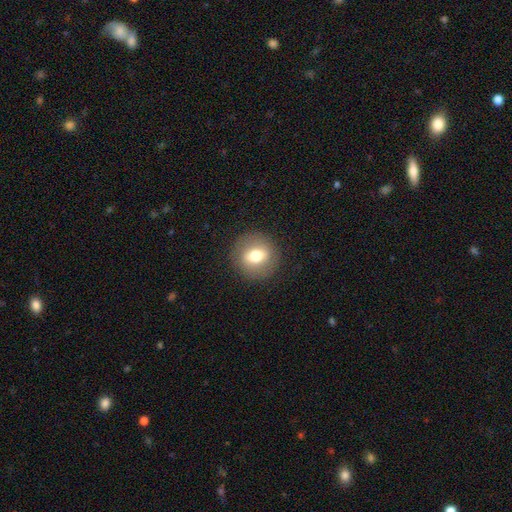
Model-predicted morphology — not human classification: This appears to be a smooth galaxy with no disk features (63%) that is round (87%). Merging: none (88%).